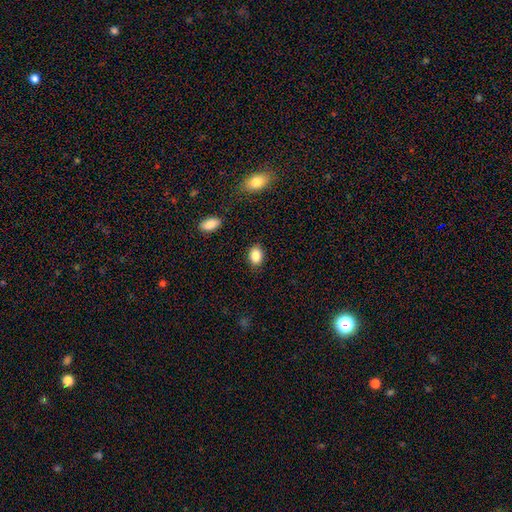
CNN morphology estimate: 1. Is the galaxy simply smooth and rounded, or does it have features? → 86% smooth, 9% star or artifact, 5% featured or disk.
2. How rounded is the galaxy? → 76% in between, 23% round, 1% cigar-shaped.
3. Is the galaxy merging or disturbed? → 87% none, 9% minor disturbance, 2% major disturbance, 1% merger.